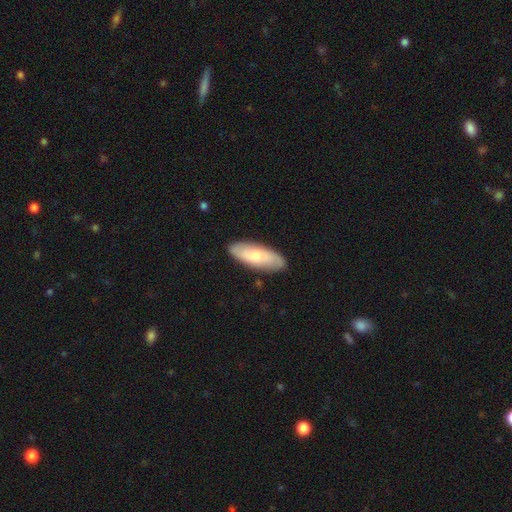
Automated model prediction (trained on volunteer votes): Overall: smooth (59%; featured or disk 36%). How rounded: in between (66%; cigar-shaped 32%). Merging: none (86%).